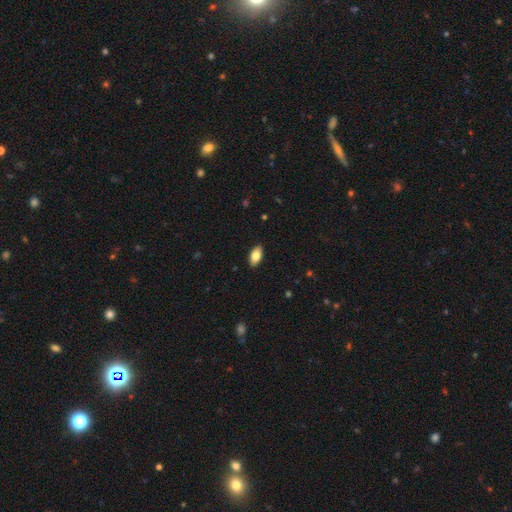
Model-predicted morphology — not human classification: This appears to be a smooth galaxy with no disk features (80%) that is in between round and cigar-shaped (92%). Merging: none (89%).